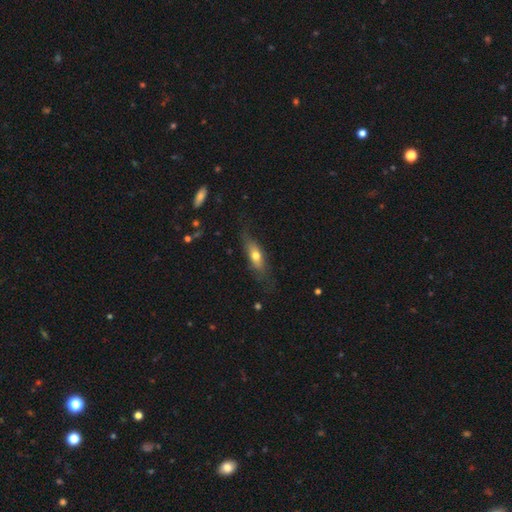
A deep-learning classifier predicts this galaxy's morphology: Smooth or featured: smooth — 58% (featured or disk — 35%)
How rounded: in between — 49% (cigar-shaped — 47%)
Merging: none — 69% (minor disturbance — 22%)